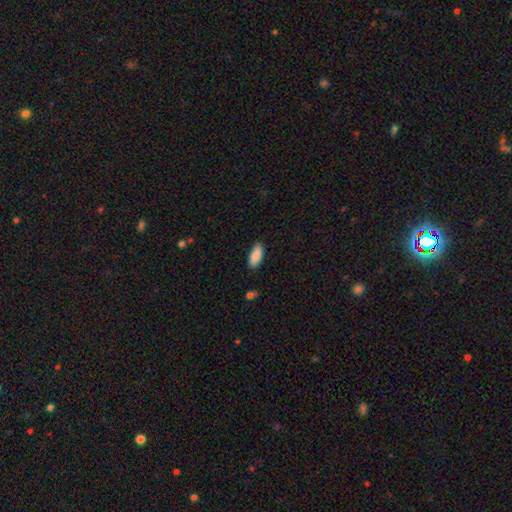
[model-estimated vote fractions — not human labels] This is clearly a smooth galaxy (88%). How rounded: clearly in between (85%). Merging: clearly none (88%).